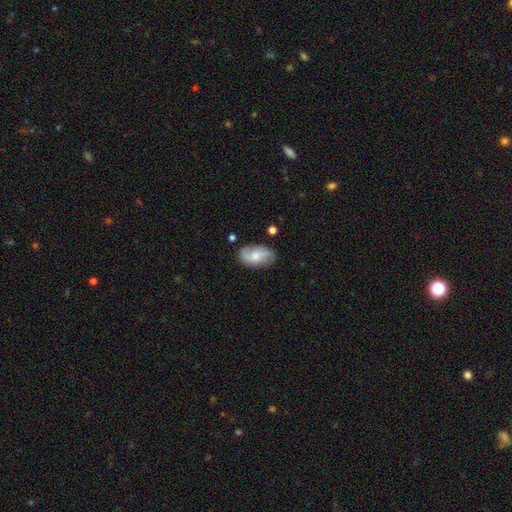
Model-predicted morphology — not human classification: The model was most divided on "bulge size": moderate: 47%, small: 38%, none: 7%, large: 6%, dominant: 2%. More confident: edge-on disk — no (95%); spiral arms — yes (89%); merging — none (74%); bar — no (57%); smooth or featured — featured or disk (56%).